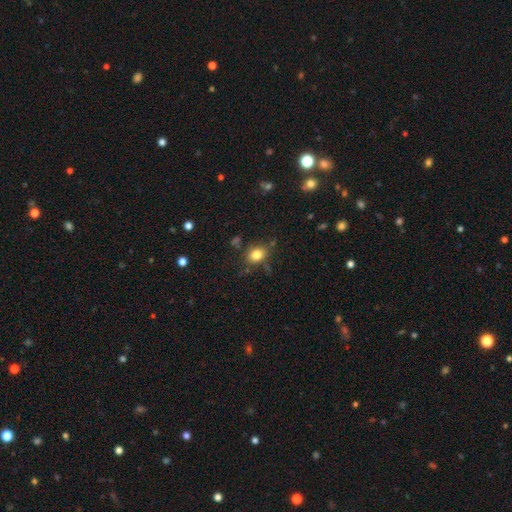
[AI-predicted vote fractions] A smooth galaxy with no disk features (82%) that is in between round and cigar-shaped (58%). Merging: none (77%).